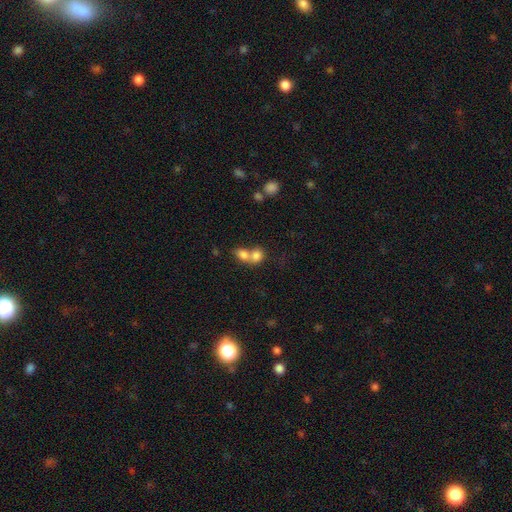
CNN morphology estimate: A smooth galaxy with no disk features (78%) that is round (50%).

Vote fractions:
- Smooth or featured? smooth: 78% / featured or disk: 12% / star or artifact: 10%
- How rounded? round: 50% / in between: 48% / cigar-shaped: 1%
- Merging? merger: 69% / none: 22% / minor disturbance: 5% / major disturbance: 3%